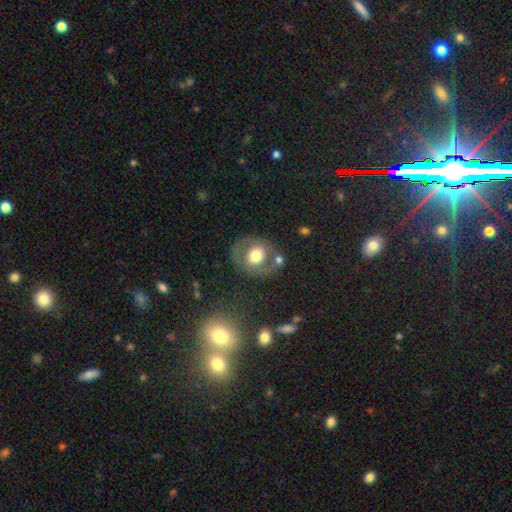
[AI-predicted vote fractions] Overall: smooth (53%; featured or disk 38%). How rounded: round (71%). Merging: none (69%).